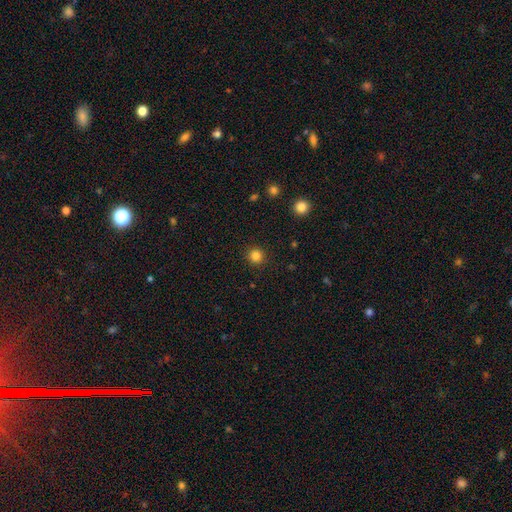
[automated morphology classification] Smooth or featured? smooth (84%)
How rounded? round (94%)
Merging? none (92%)